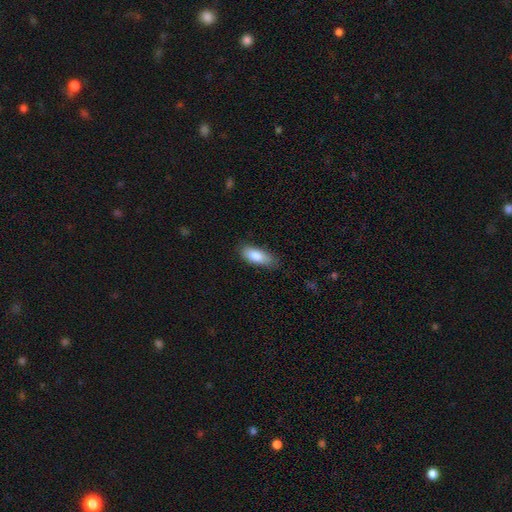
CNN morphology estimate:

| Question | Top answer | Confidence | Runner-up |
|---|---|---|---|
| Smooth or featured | smooth | 85% | featured or disk (8%) |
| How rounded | in between | 76% | cigar-shaped (22%) |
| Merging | none | 76% | minor disturbance (19%) |